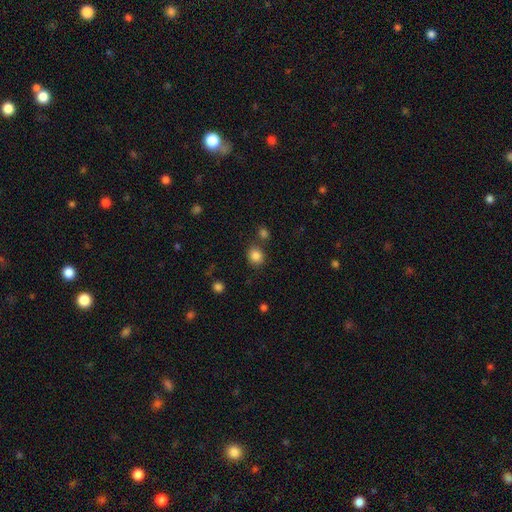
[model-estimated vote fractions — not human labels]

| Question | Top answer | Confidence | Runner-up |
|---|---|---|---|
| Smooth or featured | smooth | 85% | star or artifact (11%) |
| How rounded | round | 75% | in between (24%) |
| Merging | none | 76% | minor disturbance (10%) |